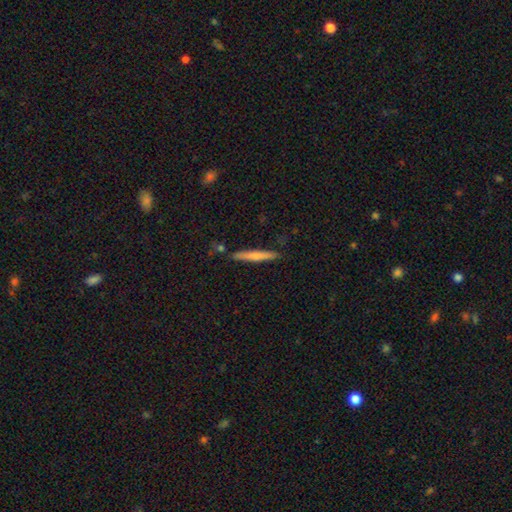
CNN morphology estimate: This is likely a smooth galaxy (63%). How rounded: clearly cigar-shaped (95%). Merging: clearly none (86%).